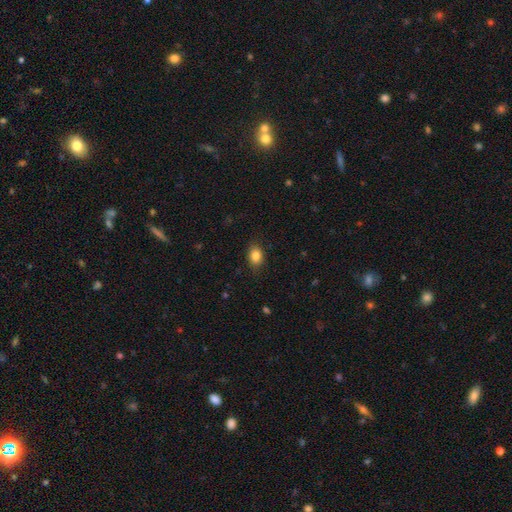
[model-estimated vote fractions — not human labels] Smooth or featured?
  - smooth: 85% *
  - star or artifact: 9%
  - featured or disk: 6%
How rounded?
  - in between: 76% *
  - round: 23%
  - cigar-shaped: 1%
Merging?
  - none: 85% *
  - minor disturbance: 11%
  - major disturbance: 3%
  - merger: 1%